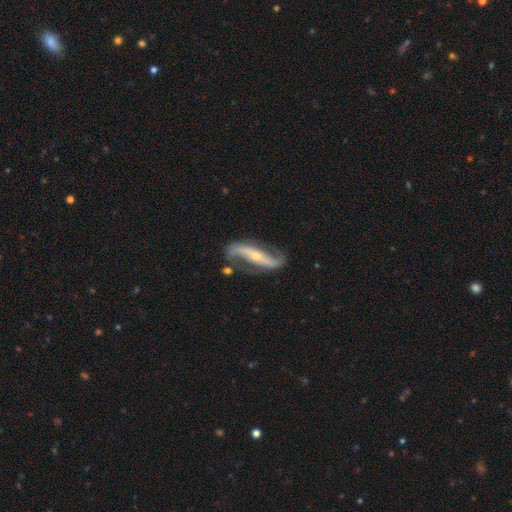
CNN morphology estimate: Smooth or featured? Predicted: featured or disk (p=0.89). Edge-on disk? Predicted: no (p=0.87). Bar? Predicted: strong (p=0.52). Spiral arms? Predicted: yes (p=0.95). Spiral winding? Predicted: loose (p=0.75). Spiral arm count? Predicted: 2 (p=0.93). Bulge size? Predicted: small (p=0.68). Merging? Predicted: none (p=0.72).